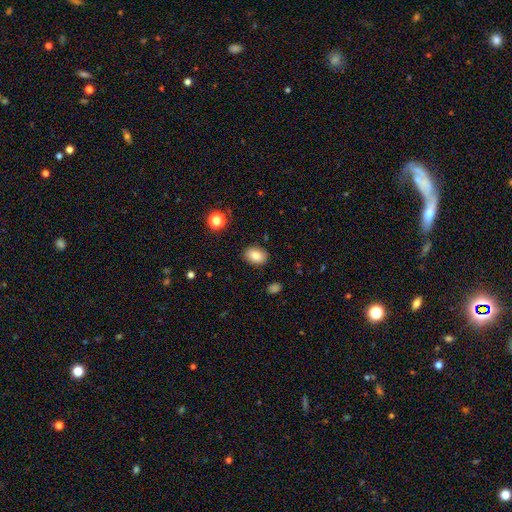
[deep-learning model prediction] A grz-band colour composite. It shows a smooth galaxy with no disk features (84%) that is in between round and cigar-shaped (80%). Merging: none (87%).